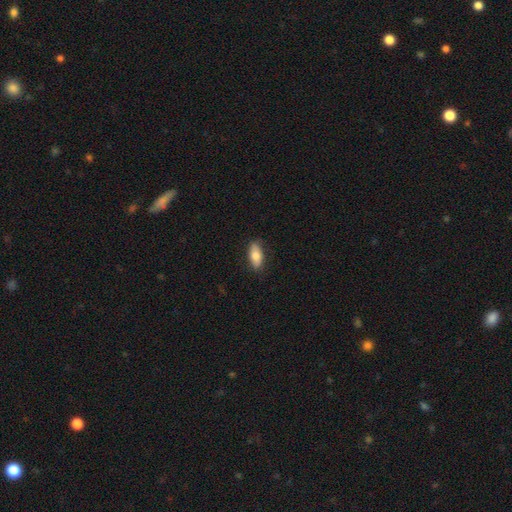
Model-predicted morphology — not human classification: A smooth galaxy with no disk features (78%) that is in between round and cigar-shaped (80%). Merging: none (85%).